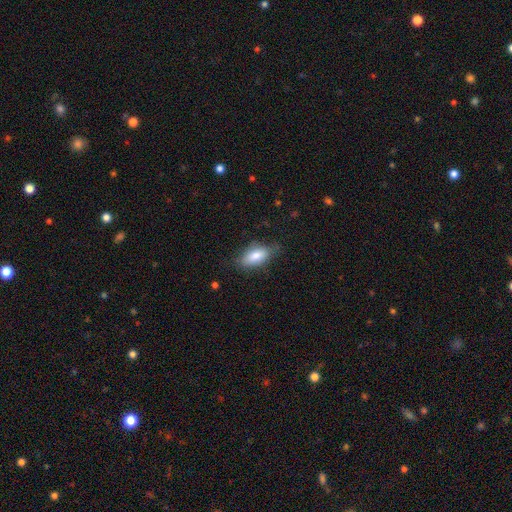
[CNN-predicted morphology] A smooth galaxy with no disk features (78%) that is in between round and cigar-shaped (86%). Merging: none (69%).